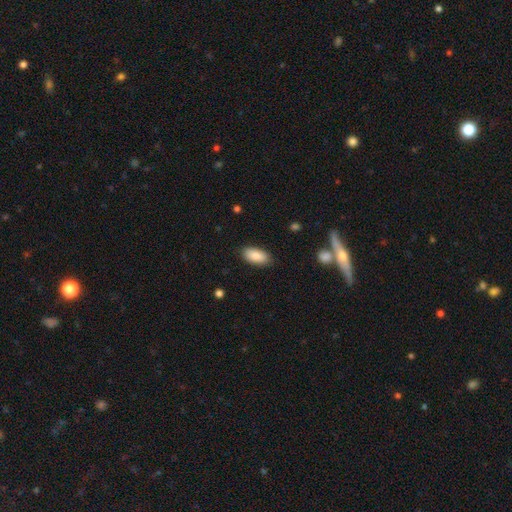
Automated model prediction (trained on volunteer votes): The model was most divided on "merging": none: 85%, minor disturbance: 11%, major disturbance: 3%, merger: 1%. More confident: how rounded — in between (92%); smooth or featured — smooth (88%).